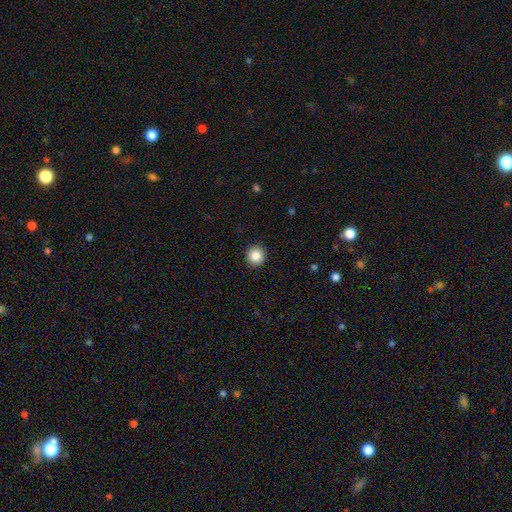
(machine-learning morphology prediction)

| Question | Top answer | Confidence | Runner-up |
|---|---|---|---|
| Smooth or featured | smooth | 86% | star or artifact (9%) |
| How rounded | round | 94% | in between (5%) |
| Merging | none | 93% | minor disturbance (5%) |